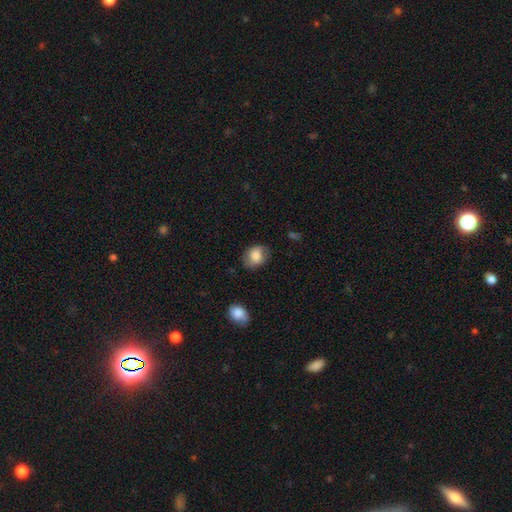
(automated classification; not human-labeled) Smooth or featured: smooth — 75% (featured or disk — 17%)
How rounded: in between — 59% (round — 40%)
Merging: none — 74% (minor disturbance — 20%)